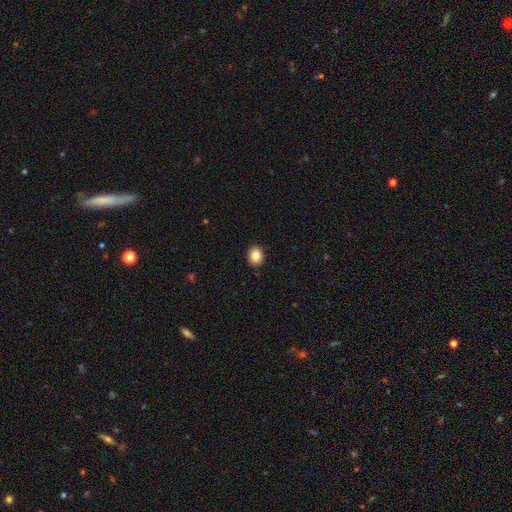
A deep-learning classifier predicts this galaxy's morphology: Smooth or featured? smooth (84%)
How rounded? round (52%)
Merging? none (91%)